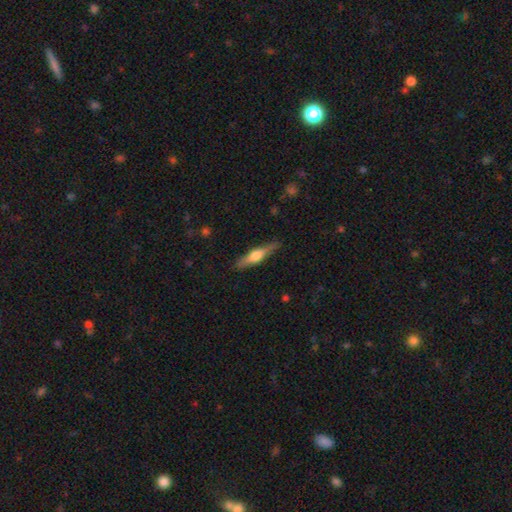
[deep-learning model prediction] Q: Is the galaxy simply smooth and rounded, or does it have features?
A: featured or disk — 51%.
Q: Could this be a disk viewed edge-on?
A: yes — 94%.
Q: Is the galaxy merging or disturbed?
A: none — 86%.